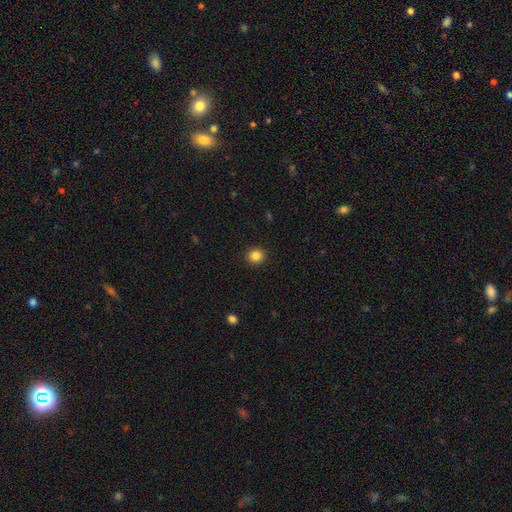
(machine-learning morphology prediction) Smooth or featured? Predicted: smooth (p=0.85). How rounded? Predicted: round (p=0.91). Merging? Predicted: none (p=0.92).